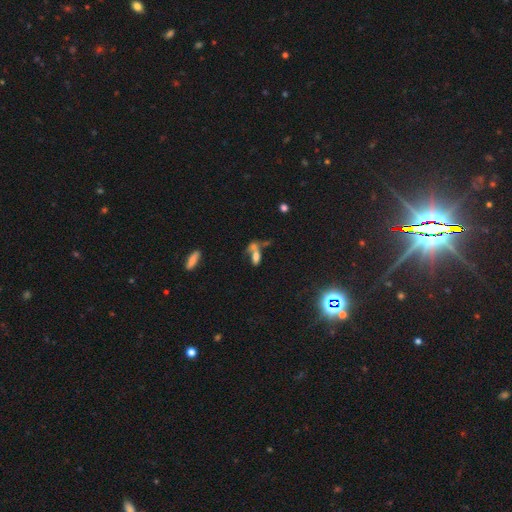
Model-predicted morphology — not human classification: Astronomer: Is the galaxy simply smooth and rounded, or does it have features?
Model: smooth — 62%.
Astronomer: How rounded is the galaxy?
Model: in between — 73%.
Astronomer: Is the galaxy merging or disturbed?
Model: merger — 54%.